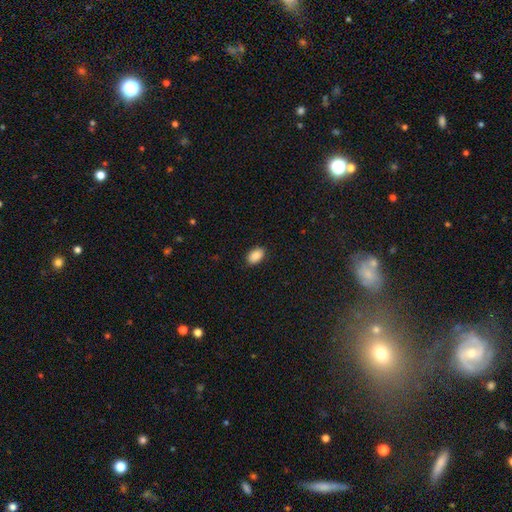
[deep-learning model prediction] smooth-or-featured: smooth: 90% | star or artifact: 7% | featured or disk: 3%
  how-rounded: in between: 91% | round: 8% | cigar-shaped: 1%
  merging: none: 88% | minor disturbance: 9% | major disturbance: 2% | merger: 1%